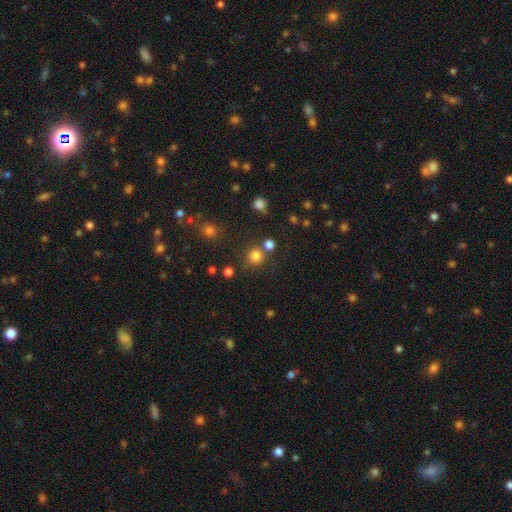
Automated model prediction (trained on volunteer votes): Smooth or featured? smooth (79%)
How rounded? round (91%)
Merging? none (74%)